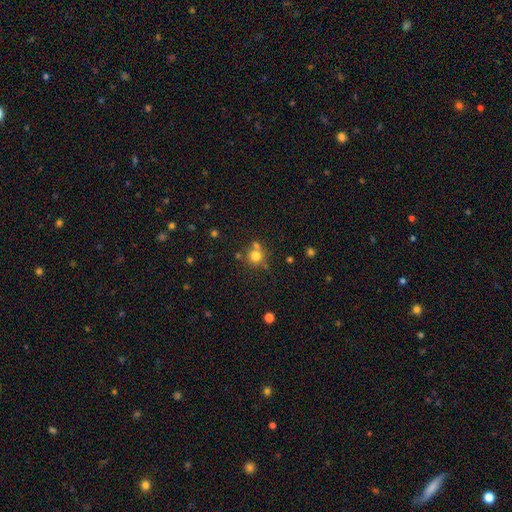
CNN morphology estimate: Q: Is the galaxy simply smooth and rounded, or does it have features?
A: smooth — 76%.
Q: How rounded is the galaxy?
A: round — 91%.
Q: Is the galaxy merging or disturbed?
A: none — 61%.